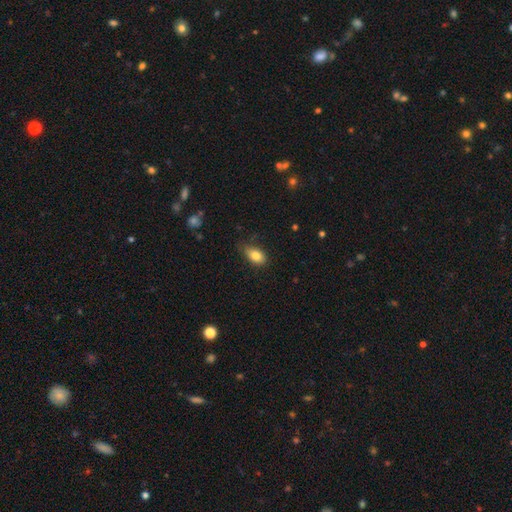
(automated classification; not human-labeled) Smooth or featured: smooth — 82% (featured or disk — 10%)
How rounded: in between — 87% (round — 9%)
Merging: none — 70% (minor disturbance — 24%)